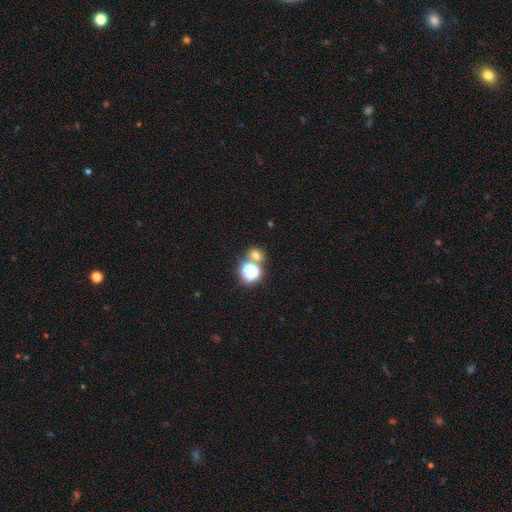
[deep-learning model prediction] Smooth or featured: smooth — 64% (star or artifact — 29%)
How rounded: round — 77% (in between — 22%)
Merging: none — 65% (merger — 24%)